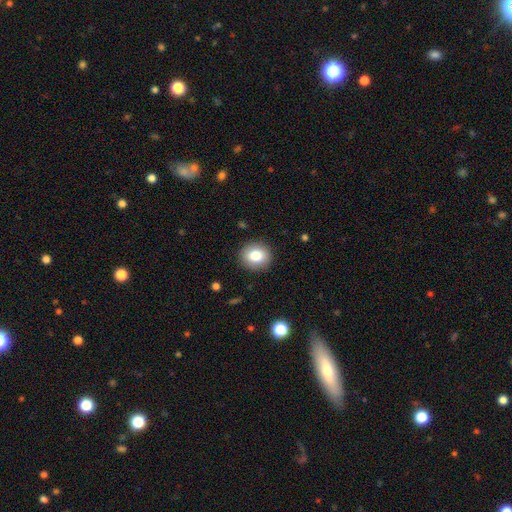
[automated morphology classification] Smooth or featured?
  - smooth: 81% *
  - featured or disk: 10%
  - star or artifact: 9%
How rounded?
  - round: 79% *
  - in between: 20%
  - cigar-shaped: 1%
Merging?
  - none: 90% *
  - minor disturbance: 7%
  - major disturbance: 2%
  - merger: 1%